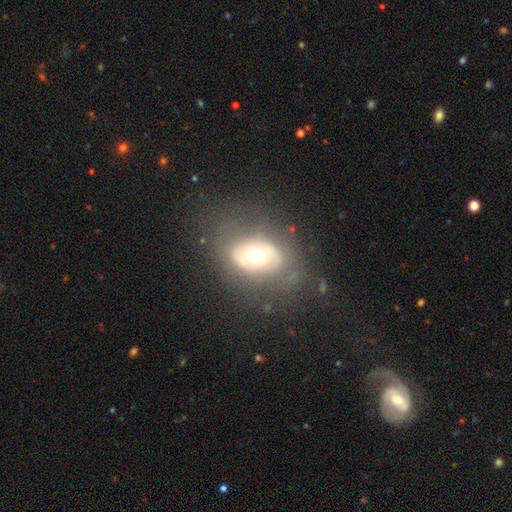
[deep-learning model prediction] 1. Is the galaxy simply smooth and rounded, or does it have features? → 54% featured or disk, 37% smooth, 9% star or artifact.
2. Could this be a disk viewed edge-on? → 92% no, 8% yes.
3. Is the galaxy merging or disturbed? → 67% none, 18% minor disturbance, 13% major disturbance, 2% merger.